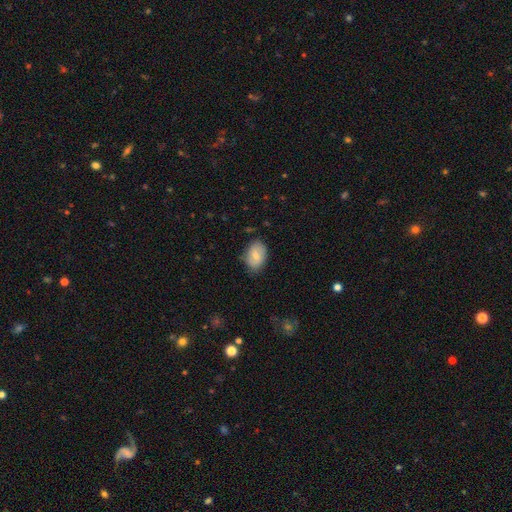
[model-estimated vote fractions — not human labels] Smooth or featured?
  - smooth: 73% *
  - featured or disk: 20%
  - star or artifact: 7%
How rounded?
  - in between: 82% *
  - round: 17%
  - cigar-shaped: 1%
Merging?
  - none: 75% *
  - minor disturbance: 20%
  - major disturbance: 4%
  - merger: 1%